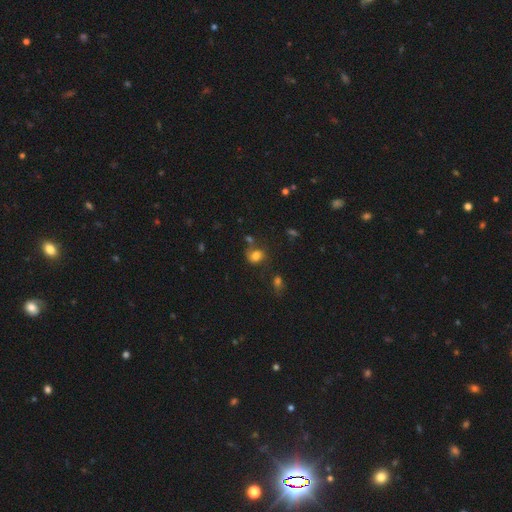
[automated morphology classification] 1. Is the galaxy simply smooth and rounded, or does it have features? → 74% smooth, 14% star or artifact, 12% featured or disk.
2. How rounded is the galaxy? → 57% round, 42% in between, 1% cigar-shaped.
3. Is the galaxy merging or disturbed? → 55% none, 22% minor disturbance, 13% merger, 11% major disturbance.